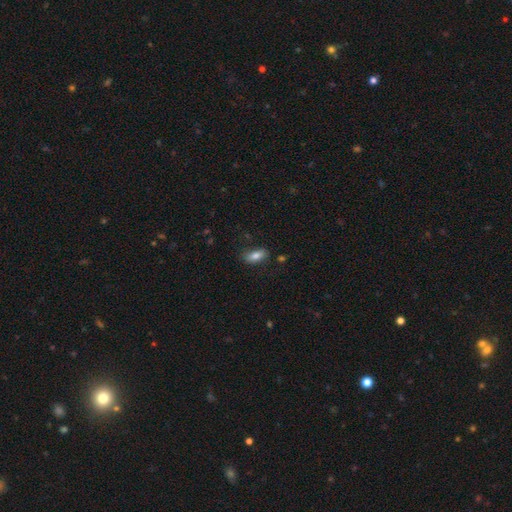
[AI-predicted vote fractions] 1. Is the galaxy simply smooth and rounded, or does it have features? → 79% smooth, 13% featured or disk, 8% star or artifact.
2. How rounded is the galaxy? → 85% in between, 11% cigar-shaped, 4% round.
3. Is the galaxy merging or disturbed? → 79% none, 16% minor disturbance, 4% major disturbance, 2% merger.